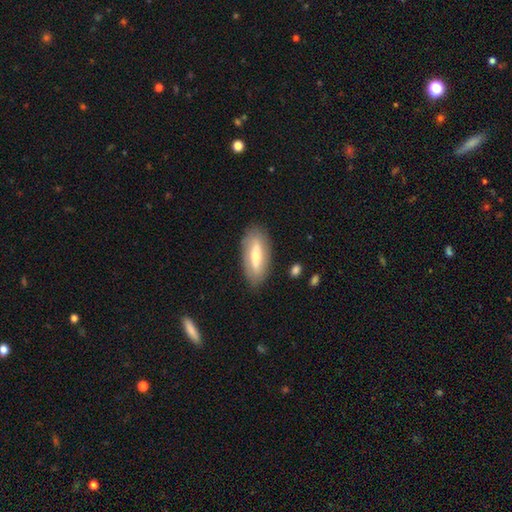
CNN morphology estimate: Smooth or featured?
  - featured or disk: 49% *
  - smooth: 45%
  - star or artifact: 6%
Merging?
  - none: 84% *
  - minor disturbance: 12%
  - major disturbance: 3%
  - merger: 1%